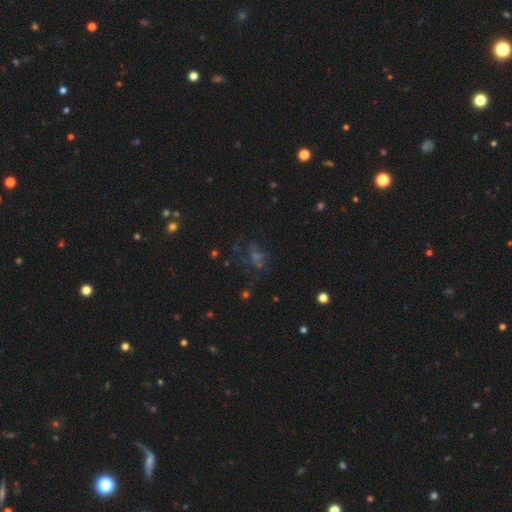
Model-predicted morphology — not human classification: smooth_or_featured: star or artifact (p=0.39) [alt: smooth p=0.31]